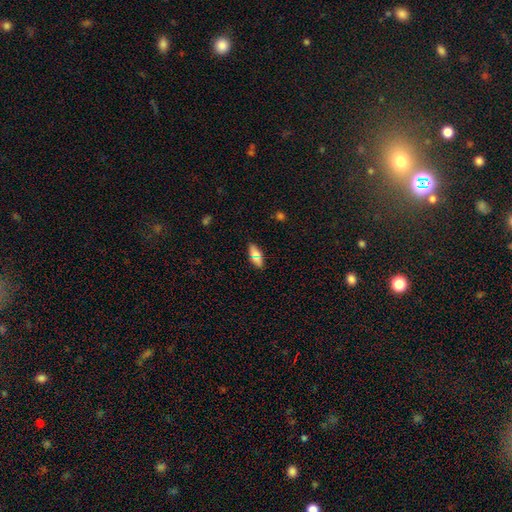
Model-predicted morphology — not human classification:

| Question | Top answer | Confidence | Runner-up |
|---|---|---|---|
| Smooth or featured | smooth | 74% | featured or disk (18%) |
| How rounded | in between | 69% | cigar-shaped (28%) |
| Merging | none | 83% | minor disturbance (12%) |